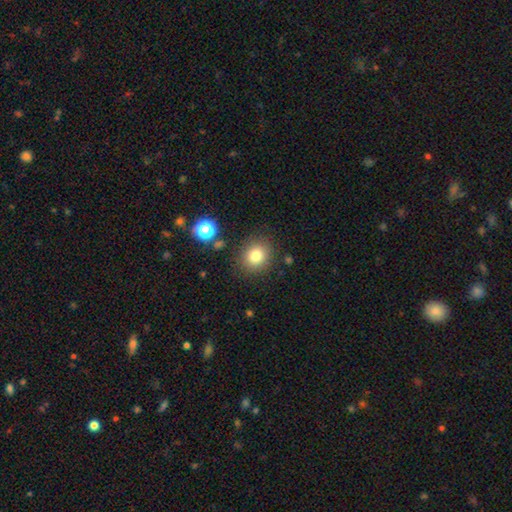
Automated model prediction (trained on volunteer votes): Q: Smooth or featured?
A: smooth (81%); runner-up: star or artifact (12%)
Q: How rounded?
A: round (74%); runner-up: in between (25%)
Q: Merging?
A: none (84%); runner-up: minor disturbance (9%)